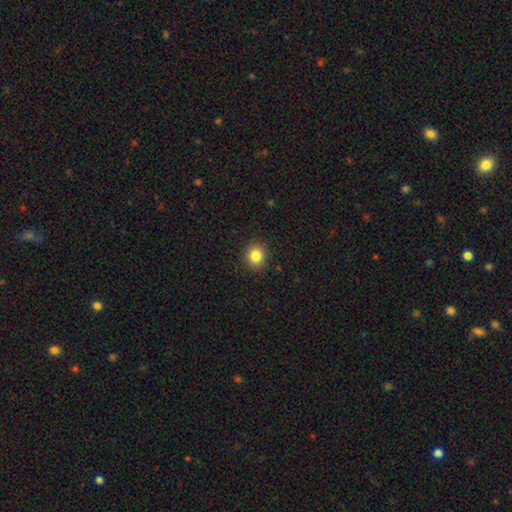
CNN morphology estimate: A smooth galaxy with no disk features (84%) that is round (83%). Merging: none (91%).